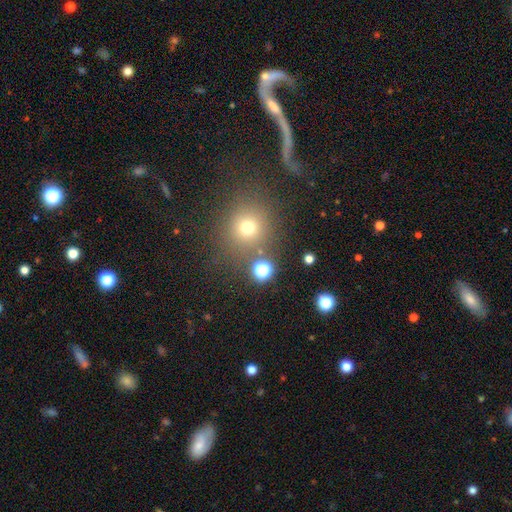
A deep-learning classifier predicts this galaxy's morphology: smooth 51%, star or artifact 36%, featured or disk 13%. Down the decision tree: how rounded — round (87%); merging — none (78%).